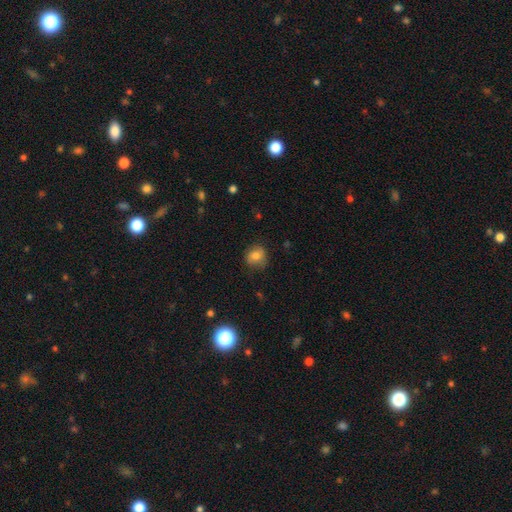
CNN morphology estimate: smooth-or-featured: smooth: 78% | featured or disk: 12% | star or artifact: 10%
  how-rounded: round: 75% | in between: 23% | cigar-shaped: 1%
  merging: none: 77% | minor disturbance: 17% | major disturbance: 4% | merger: 1%